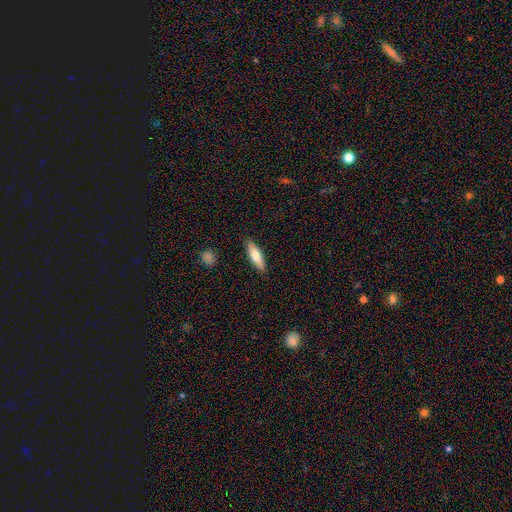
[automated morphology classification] Smooth or featured? smooth (73%)
How rounded? cigar-shaped (55%)
Merging? none (89%)